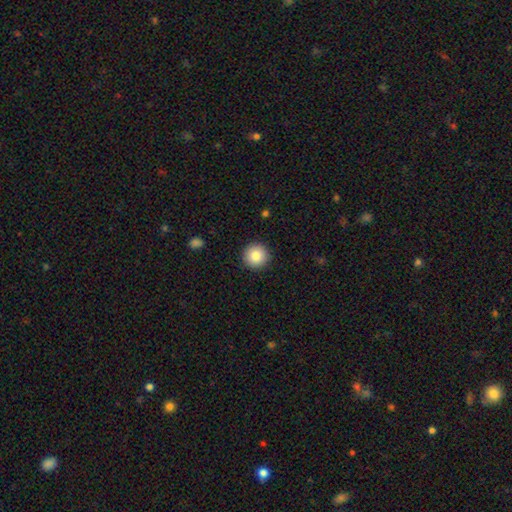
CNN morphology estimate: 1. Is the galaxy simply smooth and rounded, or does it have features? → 85% smooth, 8% star or artifact, 6% featured or disk.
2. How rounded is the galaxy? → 96% round, 3% in between, 1% cigar-shaped.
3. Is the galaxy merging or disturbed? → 93% none, 5% minor disturbance, 2% major disturbance, 1% merger.